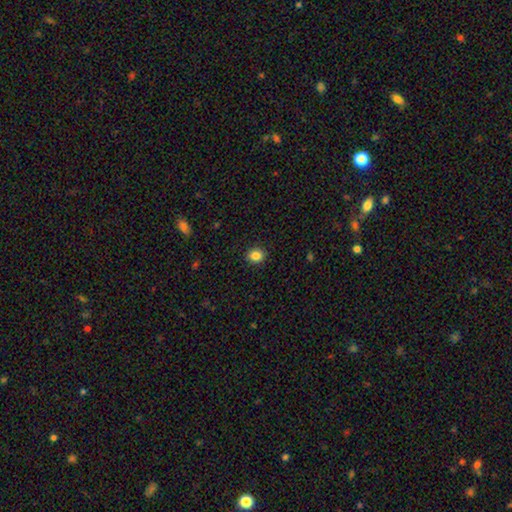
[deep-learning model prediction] This appears to be a smooth galaxy with no disk features (86%) that is round (66%). Merging: none (91%).